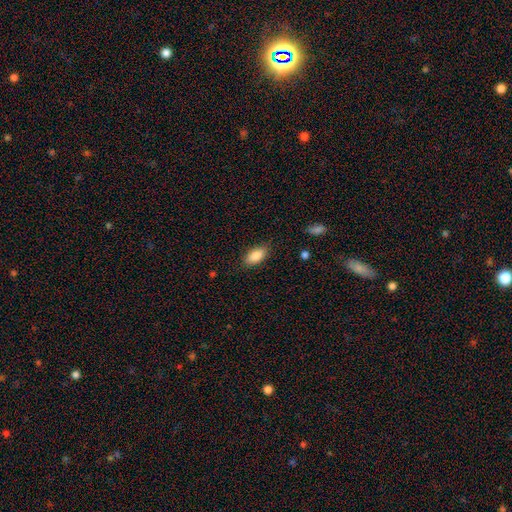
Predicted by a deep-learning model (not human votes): Smooth or featured? Predicted: smooth (p=0.87). How rounded? Predicted: in between (p=0.89). Merging? Predicted: none (p=0.83).